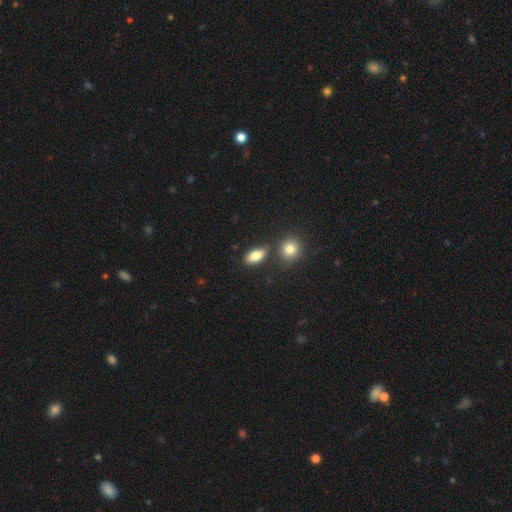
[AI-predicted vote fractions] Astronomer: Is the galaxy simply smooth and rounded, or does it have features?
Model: smooth — 83%.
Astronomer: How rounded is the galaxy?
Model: in between — 86%.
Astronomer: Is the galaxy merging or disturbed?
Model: none — 77%.